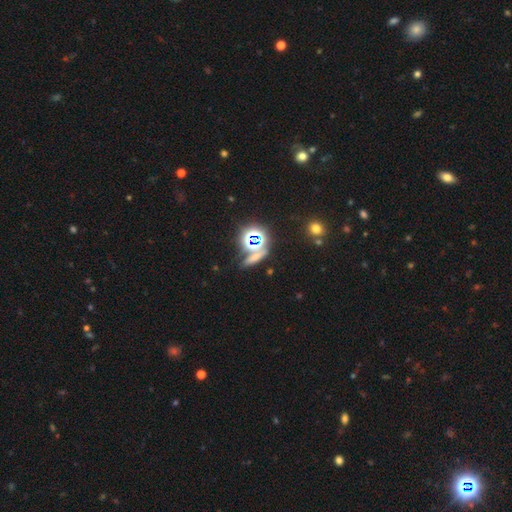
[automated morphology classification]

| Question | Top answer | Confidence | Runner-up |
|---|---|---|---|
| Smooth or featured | star or artifact | 51% | smooth (33%) |